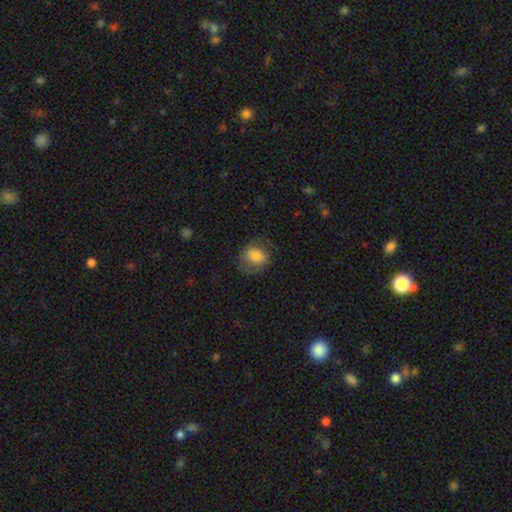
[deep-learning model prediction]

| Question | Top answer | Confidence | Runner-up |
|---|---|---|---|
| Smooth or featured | smooth | 72% | featured or disk (20%) |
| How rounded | round | 57% | in between (42%) |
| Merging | none | 64% | minor disturbance (21%) |